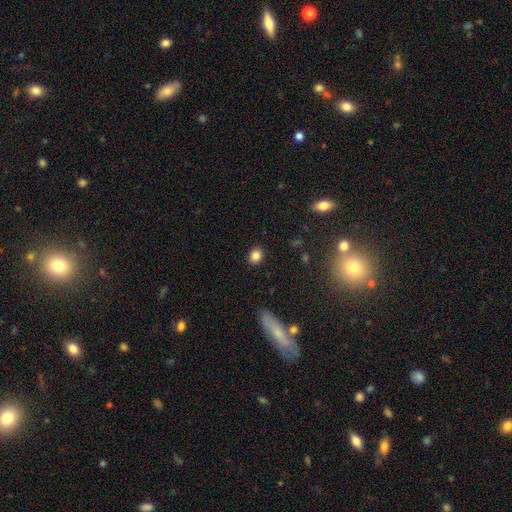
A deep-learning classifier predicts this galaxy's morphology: This appears to be a smooth galaxy with no disk features (85%) that is round (53%). Merging: none (88%).